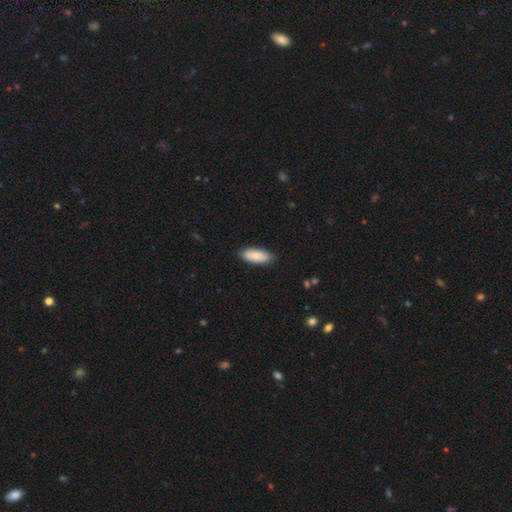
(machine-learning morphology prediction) This appears to be a smooth galaxy with no disk features (88%) that is in between round and cigar-shaped (77%). Merging: none (85%).